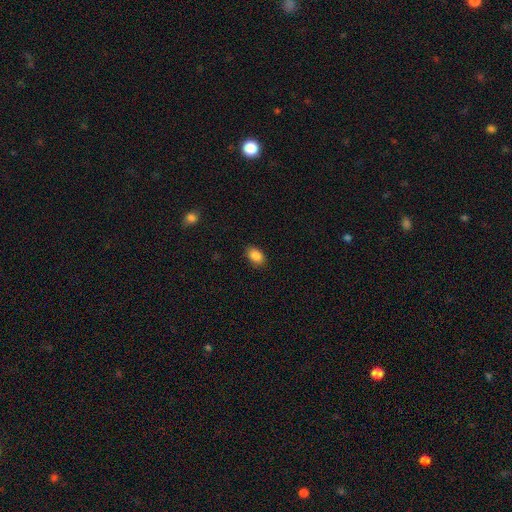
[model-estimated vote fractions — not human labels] This is clearly a smooth galaxy (87%). How rounded: clearly in between (85%). Merging: clearly none (87%).